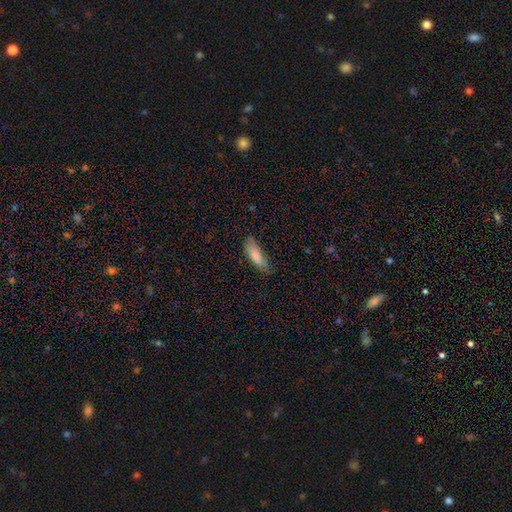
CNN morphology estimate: This appears to be a smooth galaxy with no disk features (81%) that is in between round and cigar-shaped (63%). Merging: none (55%).